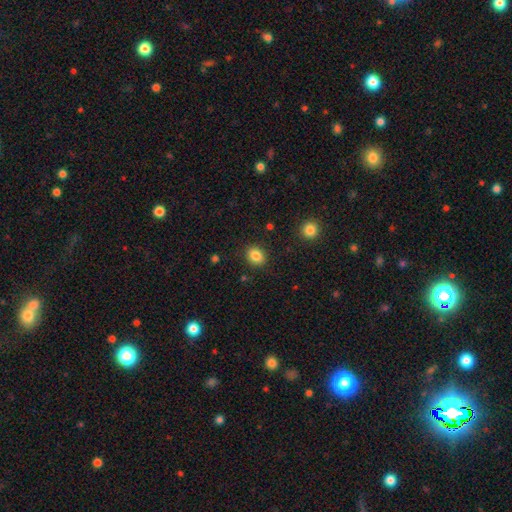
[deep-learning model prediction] Smooth or featured? smooth (84%)
How rounded? round (57%)
Merging? none (88%)